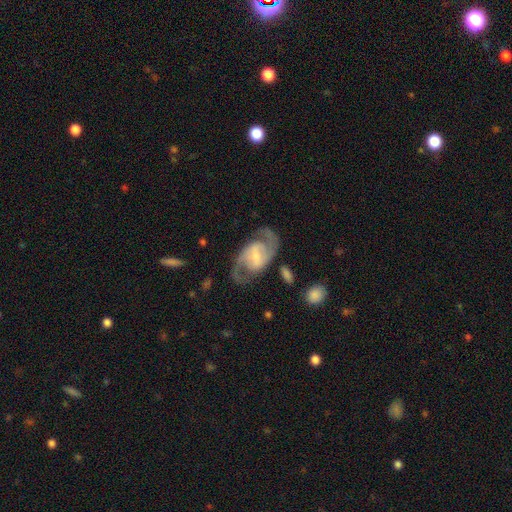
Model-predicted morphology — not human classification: smooth-or-featured: featured or disk: 88% | smooth: 7% | star or artifact: 5%
  disk-edge-on: no: 97% | yes: 3%
    bar: weak: 51% | strong: 33% | no: 17%
    has-spiral-arms: yes: 97% | no: 3%
      spiral-winding: medium: 58% | loose: 22% | tight: 19%
      spiral-arm-count: 2: 93% | can't tell: 3% | 3: 1% | 1: 1% | 4: 1% | more than 4: 1%
    bulge-size: small: 51% | moderate: 34% | none: 8% | large: 6% | dominant: 1%
  merging: none: 76% | minor disturbance: 14% | major disturbance: 8% | merger: 3%